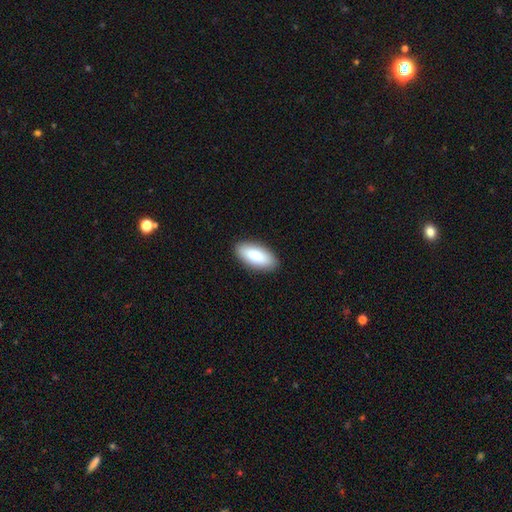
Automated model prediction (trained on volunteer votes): This appears to be a smooth galaxy with no disk features (81%) that is in between round and cigar-shaped (88%). Merging: none (90%).